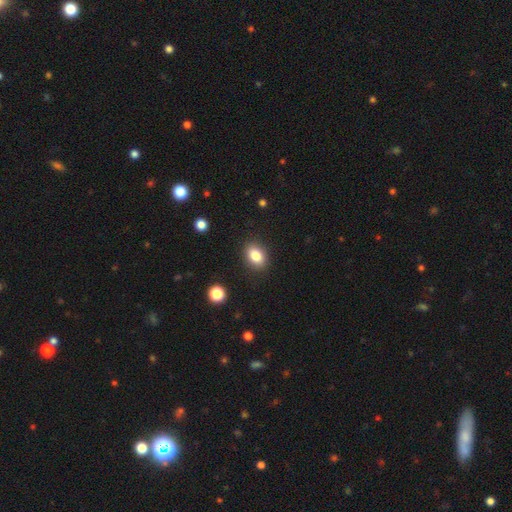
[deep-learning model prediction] Overall: smooth (84%). How rounded: in between (75%). Merging: none (88%).